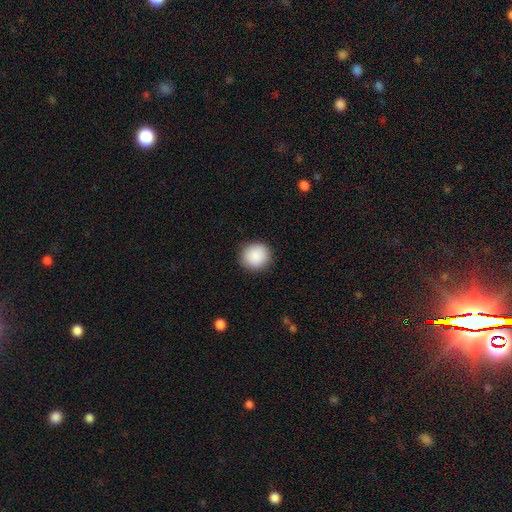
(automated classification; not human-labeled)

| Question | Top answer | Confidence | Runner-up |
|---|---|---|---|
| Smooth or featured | smooth | 89% | star or artifact (7%) |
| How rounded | round | 89% | in between (10%) |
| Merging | none | 90% | minor disturbance (7%) |